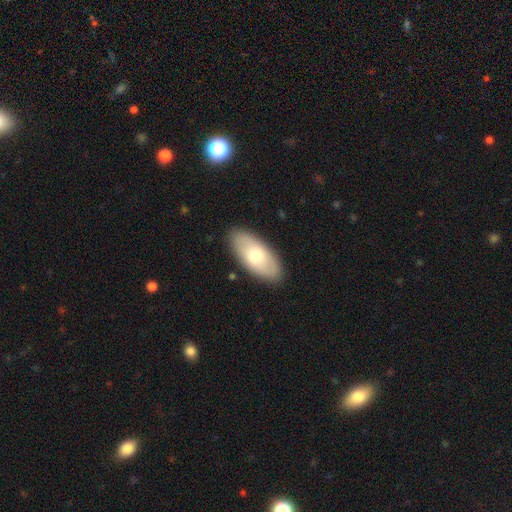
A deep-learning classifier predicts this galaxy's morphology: Smooth or featured? smooth (67%)
How rounded? in between (91%)
Merging? none (88%)